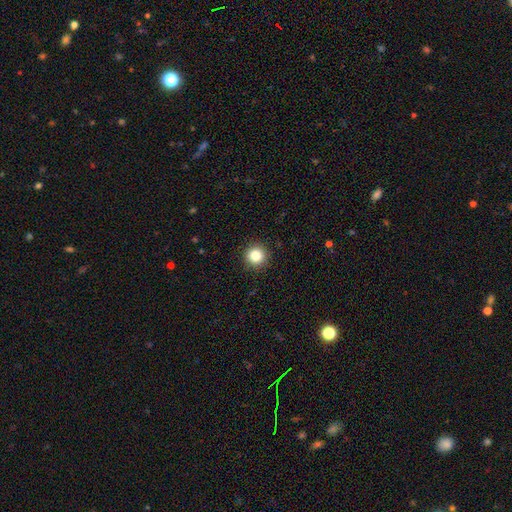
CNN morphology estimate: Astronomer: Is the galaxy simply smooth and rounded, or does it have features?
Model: smooth — 85%.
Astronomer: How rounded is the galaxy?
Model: round — 95%.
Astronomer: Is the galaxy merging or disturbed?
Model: none — 92%.